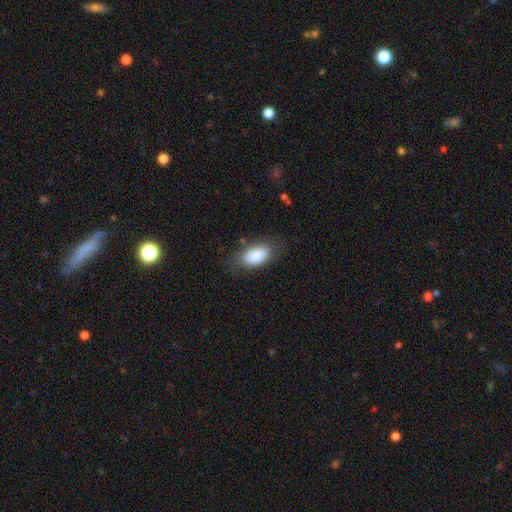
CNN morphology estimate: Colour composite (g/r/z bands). It shows a smooth galaxy with no disk features (87%) that is in between round and cigar-shaped (92%). Merging: none (76%).